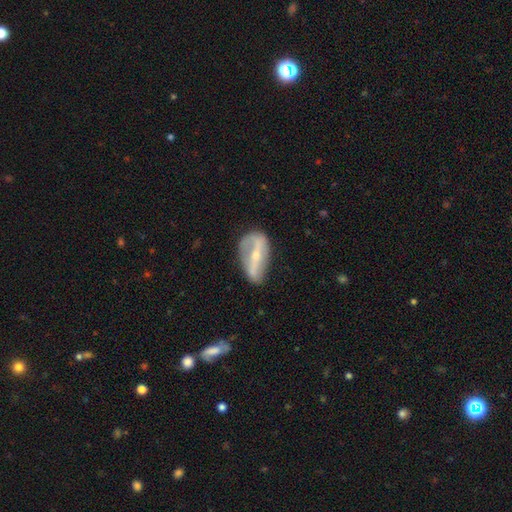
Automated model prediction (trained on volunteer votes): Overall: featured or disk (75%). Edge-on disk: no (86%). Bar: strong (68%). Spiral arms: yes (67%; no 33%). Bulge size: small (62%; moderate 33%). Merging: none (66%).